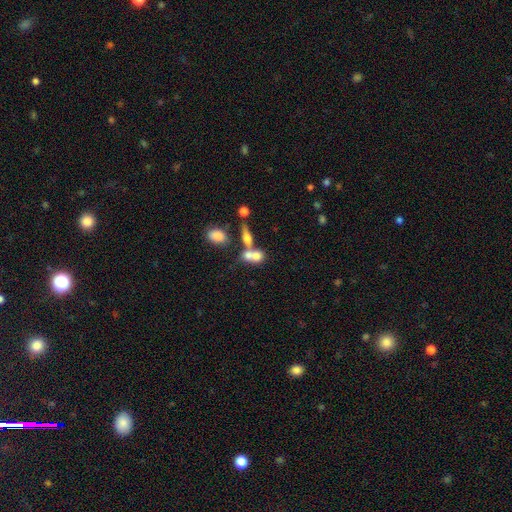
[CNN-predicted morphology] The model was most divided on "how rounded": in between: 50%, round: 44%, cigar-shaped: 6%. More confident: smooth or featured — smooth (66%); merging — merger (62%).